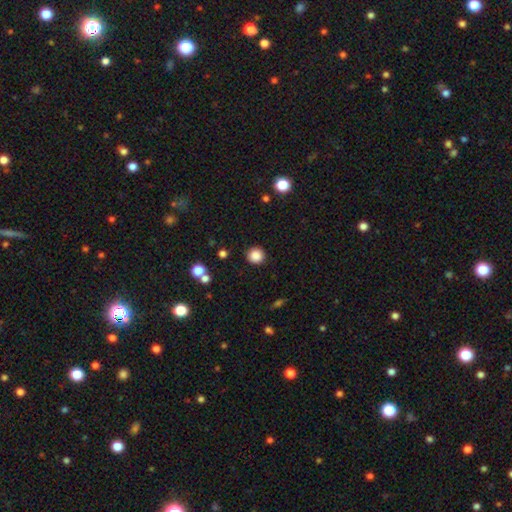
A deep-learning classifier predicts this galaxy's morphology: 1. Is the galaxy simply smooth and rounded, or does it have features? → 86% smooth, 10% star or artifact, 4% featured or disk.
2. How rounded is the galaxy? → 94% round, 5% in between, 1% cigar-shaped.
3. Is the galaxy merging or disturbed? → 90% none, 6% minor disturbance, 2% major disturbance, 2% merger.